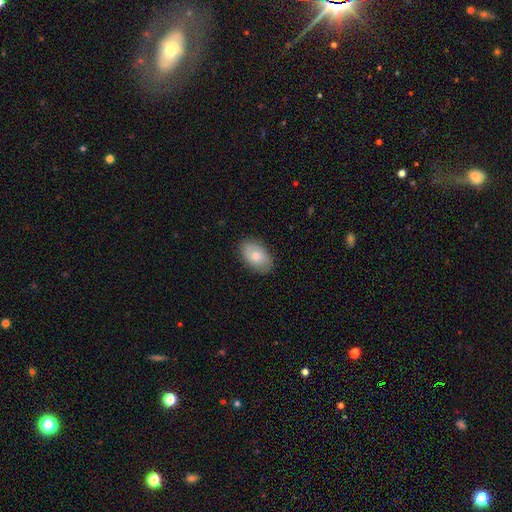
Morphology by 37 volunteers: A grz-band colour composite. It shows a smooth galaxy with no disk features (65%) that is in between round and cigar-shaped (88%). Merging: none (97%).